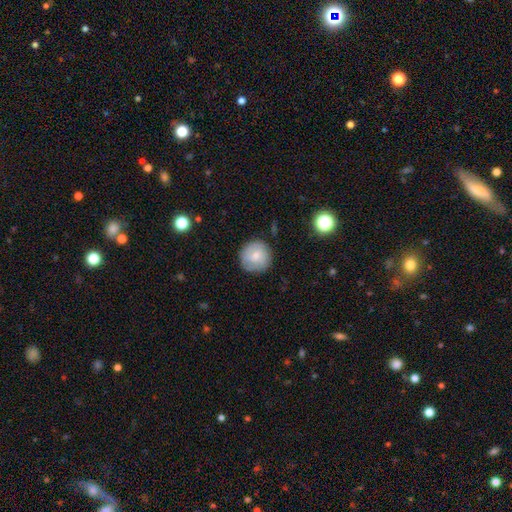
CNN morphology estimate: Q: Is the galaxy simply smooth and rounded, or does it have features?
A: smooth — 48%.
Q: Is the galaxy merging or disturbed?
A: none — 84%.